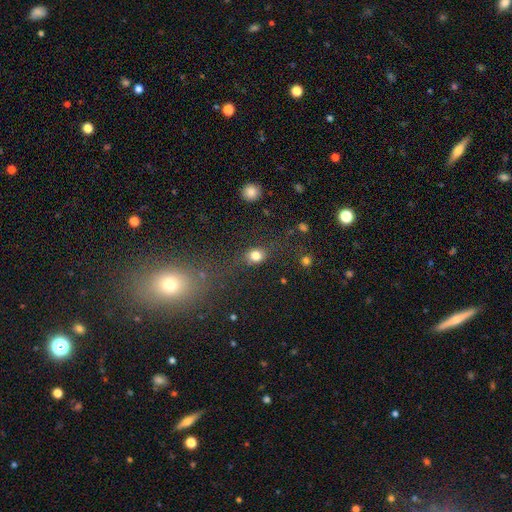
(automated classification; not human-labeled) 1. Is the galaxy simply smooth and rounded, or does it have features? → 80% smooth, 12% star or artifact, 8% featured or disk.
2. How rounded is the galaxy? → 55% round, 42% in between, 3% cigar-shaped.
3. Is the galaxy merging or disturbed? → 73% none, 15% minor disturbance, 8% major disturbance, 5% merger.